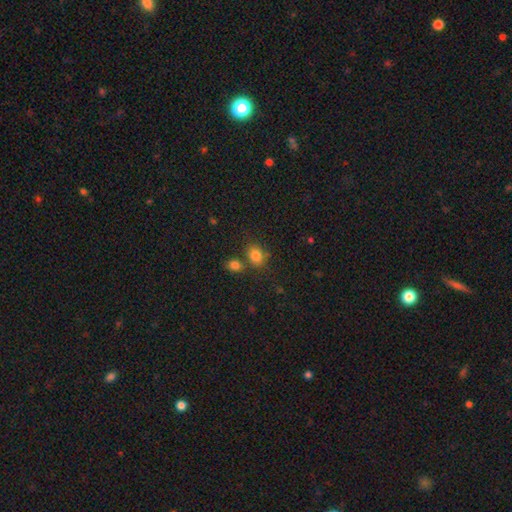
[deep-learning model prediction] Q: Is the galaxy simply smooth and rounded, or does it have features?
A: smooth — 81%.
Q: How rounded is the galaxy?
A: in between — 51%.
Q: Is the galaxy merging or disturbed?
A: none — 63%.